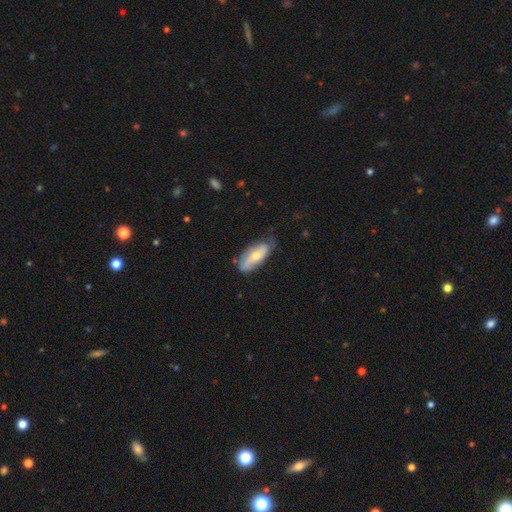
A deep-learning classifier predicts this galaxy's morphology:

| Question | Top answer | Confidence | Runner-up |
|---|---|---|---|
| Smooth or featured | smooth | 54% | featured or disk (40%) |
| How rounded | in between | 81% | cigar-shaped (16%) |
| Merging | none | 60% | minor disturbance (31%) |